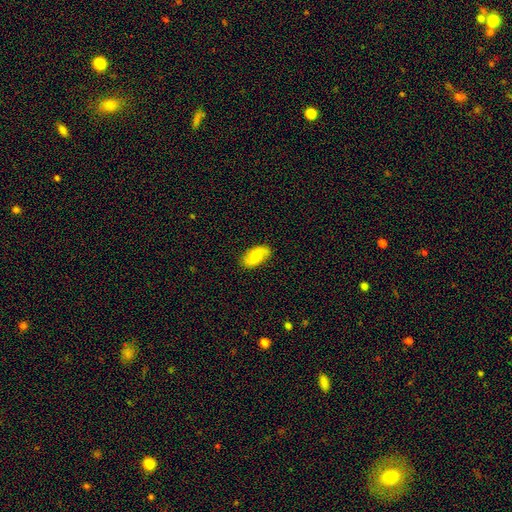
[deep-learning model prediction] This is possibly a smooth galaxy (59%). How rounded: clearly in between (93%). Merging: clearly none (81%).